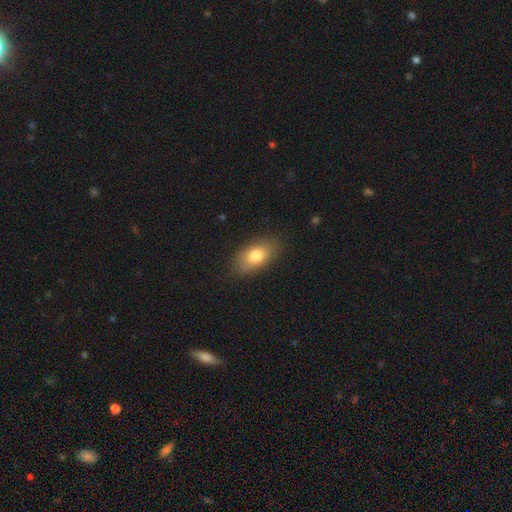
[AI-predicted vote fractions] smooth-or-featured: smooth: 79% | featured or disk: 13% | star or artifact: 8%
  how-rounded: in between: 89% | round: 7% | cigar-shaped: 4%
  merging: none: 81% | minor disturbance: 14% | major disturbance: 4% | merger: 1%